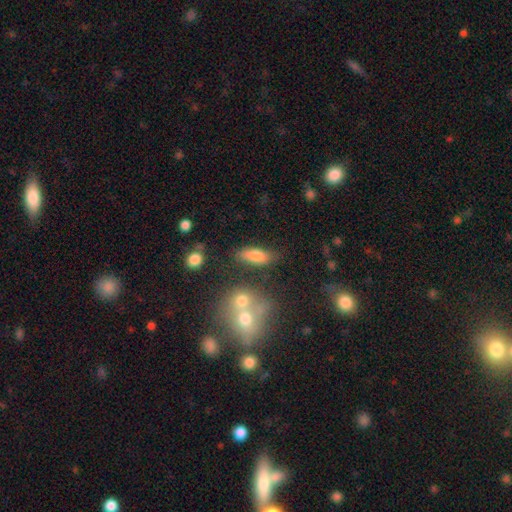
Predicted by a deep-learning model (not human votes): The model was most divided on "how rounded": in between: 70%, cigar-shaped: 25%, round: 5%. More confident: smooth or featured — smooth (72%); merging — none (70%).